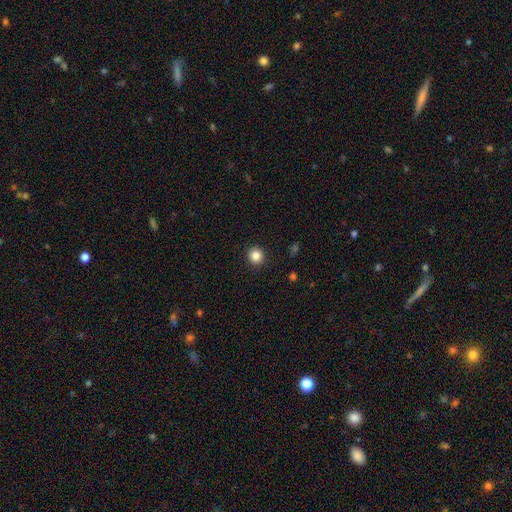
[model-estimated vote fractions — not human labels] Smooth or featured? smooth (85%)
How rounded? round (92%)
Merging? none (92%)